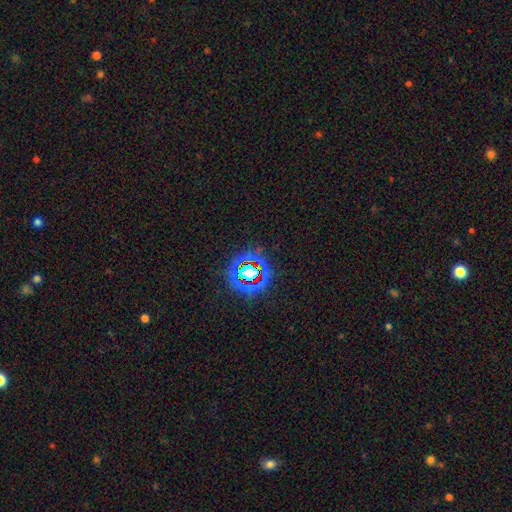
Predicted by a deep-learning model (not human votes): This appears to be a star or artifact, not a galaxy (79%).